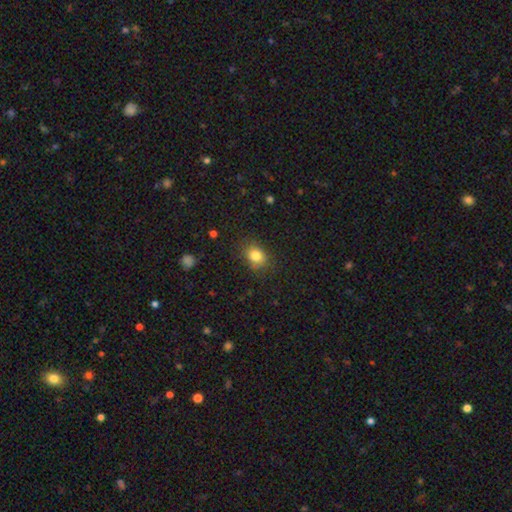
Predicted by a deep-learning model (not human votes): Morphology: type=smooth (83%); roundness=in between (51%); merging=none (79%).